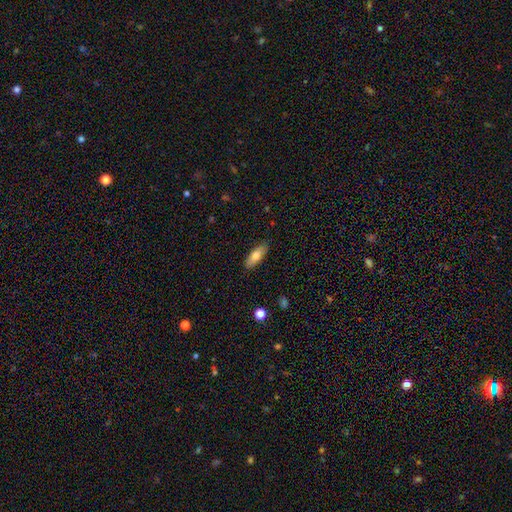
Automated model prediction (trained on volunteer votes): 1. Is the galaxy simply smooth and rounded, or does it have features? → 73% smooth, 21% featured or disk, 7% star or artifact.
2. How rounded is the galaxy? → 66% in between, 32% cigar-shaped, 2% round.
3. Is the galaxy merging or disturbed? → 87% none, 10% minor disturbance, 2% major disturbance, 1% merger.